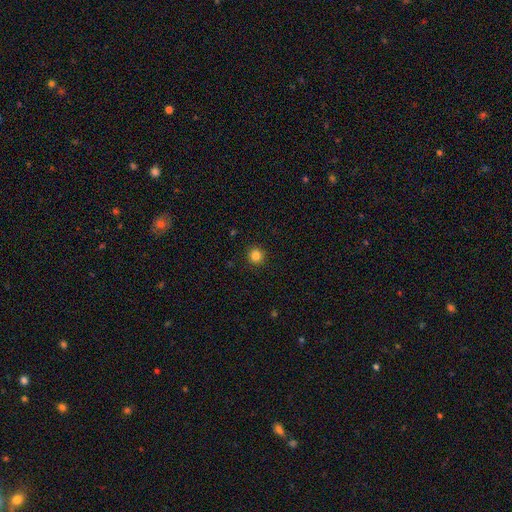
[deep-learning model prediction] Smooth or featured: smooth — 84% (star or artifact — 12%)
How rounded: round — 95% (in between — 4%)
Merging: none — 93% (minor disturbance — 5%)